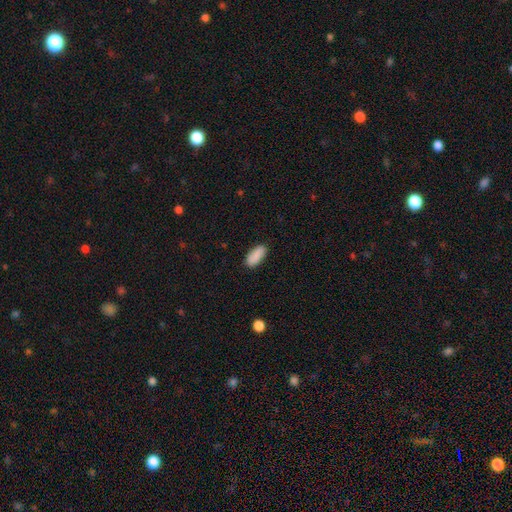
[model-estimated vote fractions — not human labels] smooth-or-featured: smooth: 89% | star or artifact: 6% | featured or disk: 4%
  how-rounded: in between: 88% | cigar-shaped: 10% | round: 2%
  merging: none: 86% | minor disturbance: 10% | major disturbance: 2% | merger: 1%